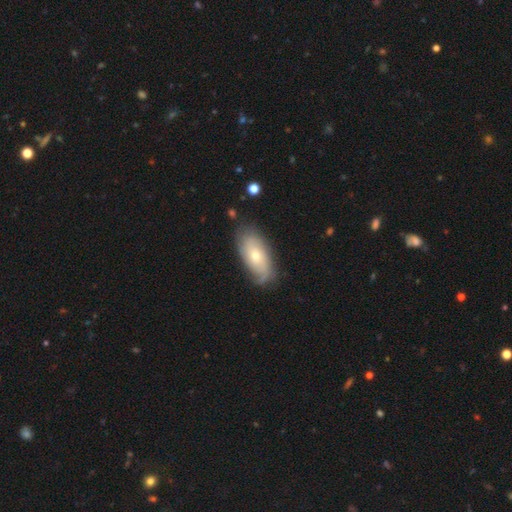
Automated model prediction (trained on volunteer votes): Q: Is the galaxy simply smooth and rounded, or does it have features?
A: featured or disk — 54%.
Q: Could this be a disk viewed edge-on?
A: no — 88%.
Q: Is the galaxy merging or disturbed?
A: none — 70%.